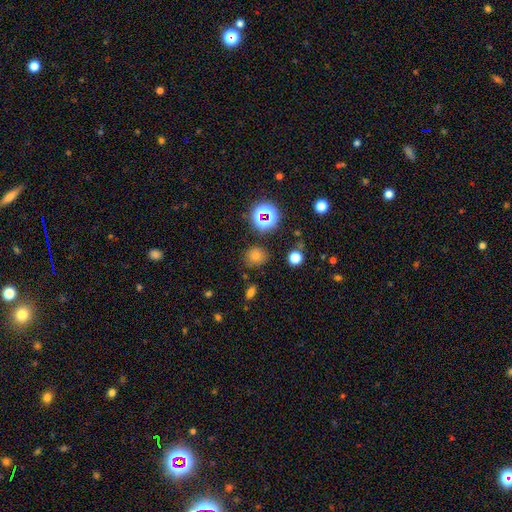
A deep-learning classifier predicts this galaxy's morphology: type=smooth (63%); roundness=round (82%); merging=none (82%).